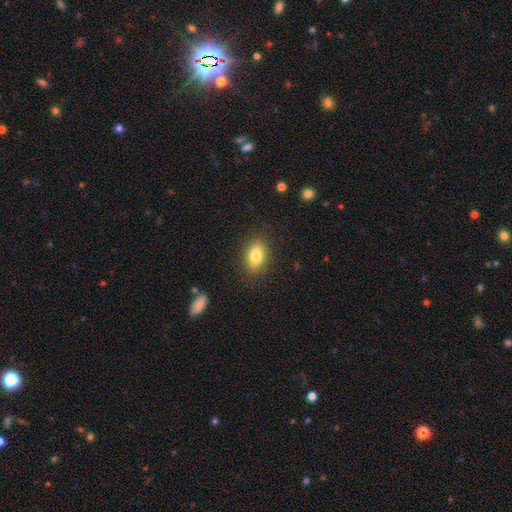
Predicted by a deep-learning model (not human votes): Morphology: type=smooth (80%); roundness=in between (85%); merging=none (86%).